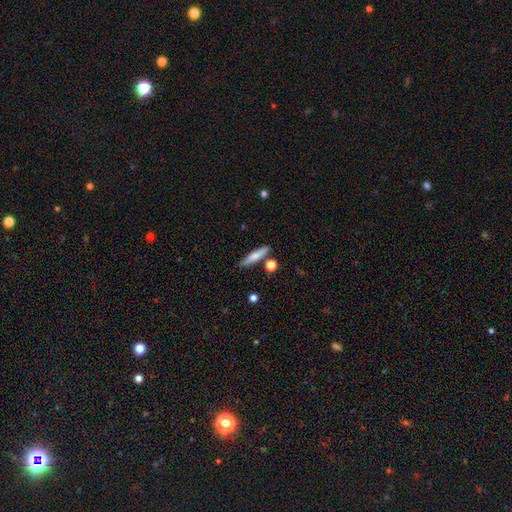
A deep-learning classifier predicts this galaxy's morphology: smooth-or-featured: smooth: 69% | featured or disk: 24% | star or artifact: 7%
  how-rounded: cigar-shaped: 83% | in between: 15% | round: 2%
  merging: none: 81% | minor disturbance: 10% | merger: 6% | major disturbance: 2%